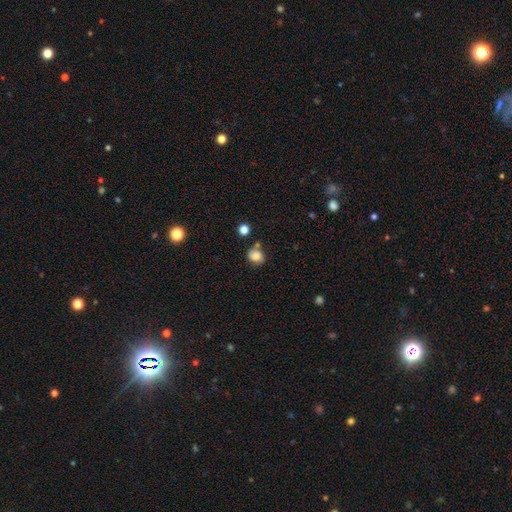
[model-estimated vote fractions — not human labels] Q: Smooth or featured?
A: smooth (77%); runner-up: featured or disk (12%)
Q: How rounded?
A: round (69%); runner-up: in between (30%)
Q: Merging?
A: none (64%); runner-up: minor disturbance (19%)